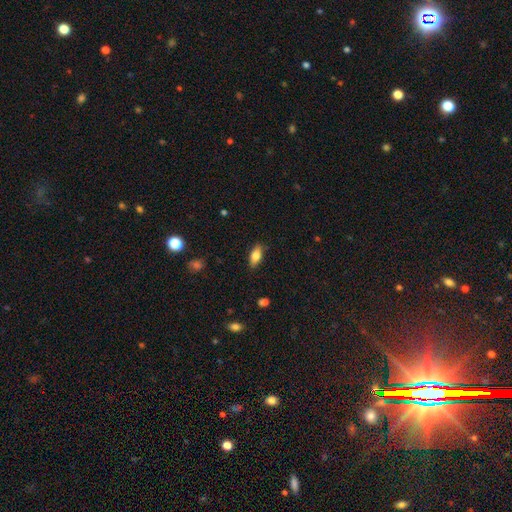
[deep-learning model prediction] This appears to be a smooth galaxy with no disk features (78%) that is in between round and cigar-shaped (83%). Merging: none (85%).